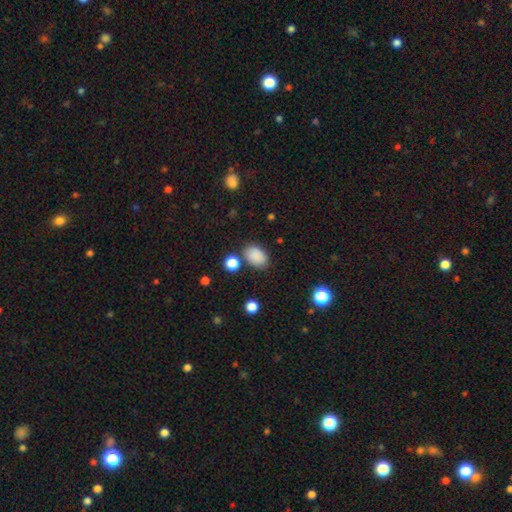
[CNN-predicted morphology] smooth_or_featured: smooth (p=0.87) [alt: star or artifact p=0.09]
how_rounded: in between (p=0.83) [alt: round p=0.15]
merging: none (p=0.77) [alt: minor disturbance p=0.13]